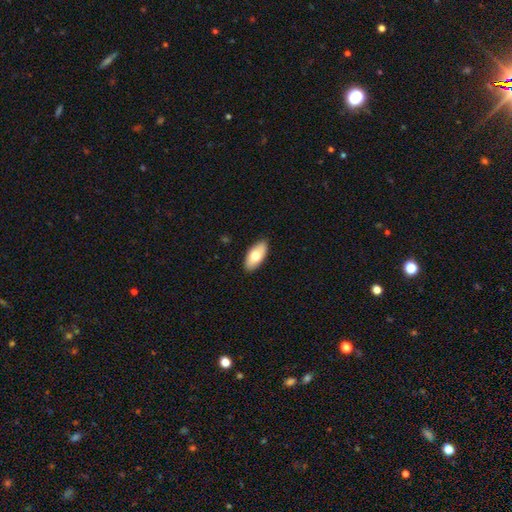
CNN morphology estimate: Smooth or featured? smooth (73%)
How rounded? in between (91%)
Merging? none (90%)